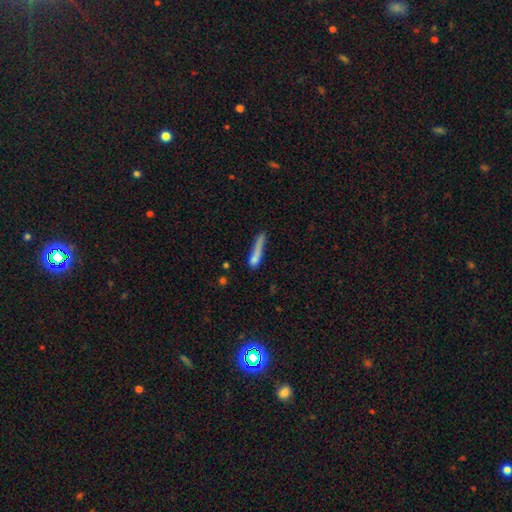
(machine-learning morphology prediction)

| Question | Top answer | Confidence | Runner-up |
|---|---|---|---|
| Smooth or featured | smooth | 71% | featured or disk (20%) |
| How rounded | cigar-shaped | 86% | in between (11%) |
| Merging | none | 44% | minor disturbance (25%) |